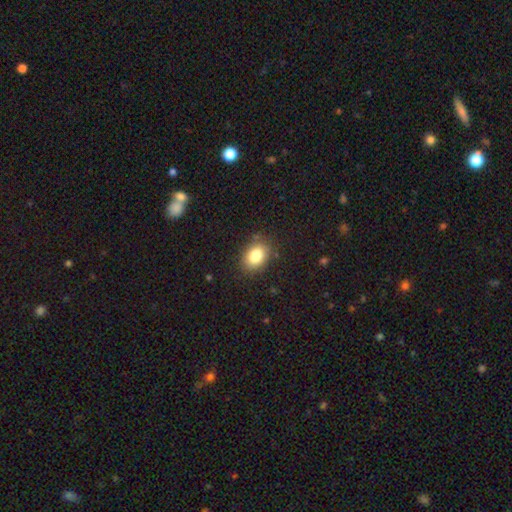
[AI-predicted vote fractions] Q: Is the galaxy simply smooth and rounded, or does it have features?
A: smooth — 83%.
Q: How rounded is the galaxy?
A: in between — 75%.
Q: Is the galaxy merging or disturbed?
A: none — 83%.